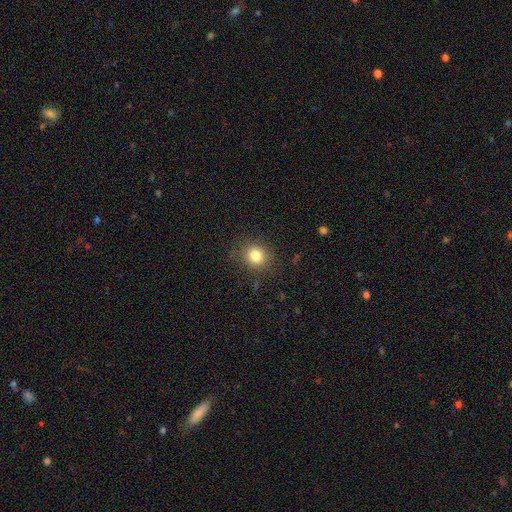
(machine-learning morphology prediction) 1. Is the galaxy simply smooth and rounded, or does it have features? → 81% smooth, 12% star or artifact, 6% featured or disk.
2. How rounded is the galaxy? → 82% round, 17% in between, 1% cigar-shaped.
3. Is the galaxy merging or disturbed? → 85% none, 10% minor disturbance, 4% major disturbance, 1% merger.